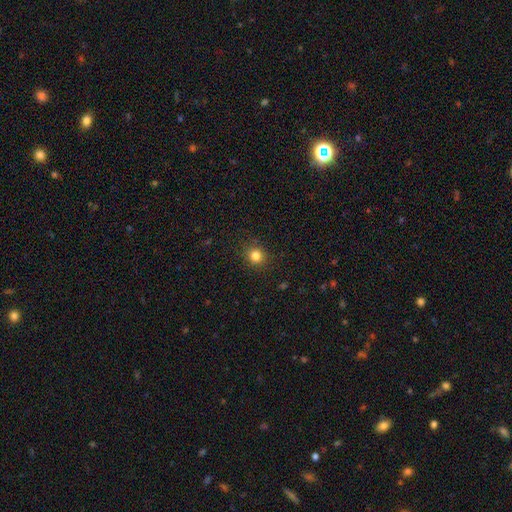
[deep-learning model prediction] Overall: smooth (82%). How rounded: round (87%). Merging: none (89%).